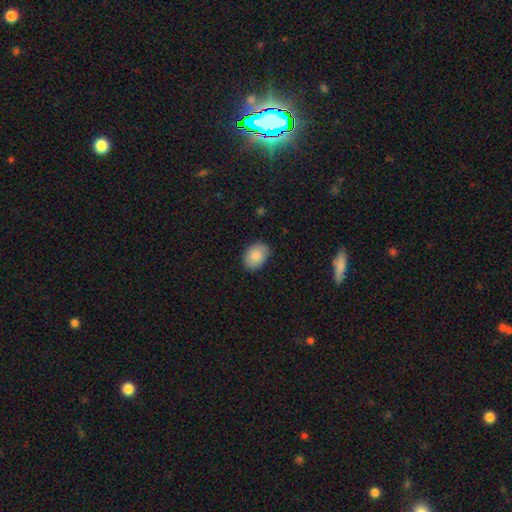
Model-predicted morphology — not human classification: Smooth or featured? smooth (87%)
How rounded? in between (74%)
Merging? none (82%)